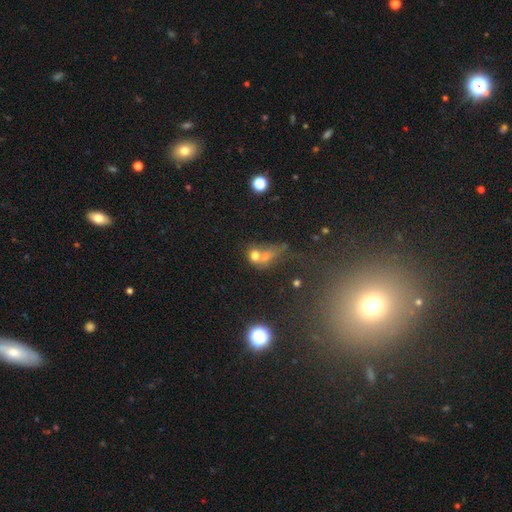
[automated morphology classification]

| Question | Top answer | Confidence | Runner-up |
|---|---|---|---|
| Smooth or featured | smooth | 60% | star or artifact (21%) |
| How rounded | round | 58% | in between (38%) |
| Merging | merger | 58% | none (24%) |